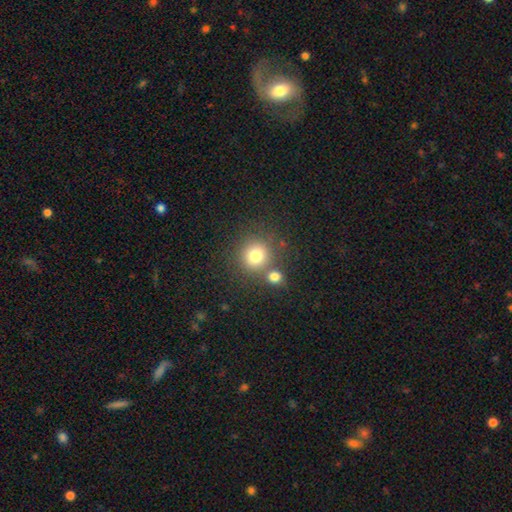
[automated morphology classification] type=smooth (77%); roundness=round (91%); merging=none (66%).